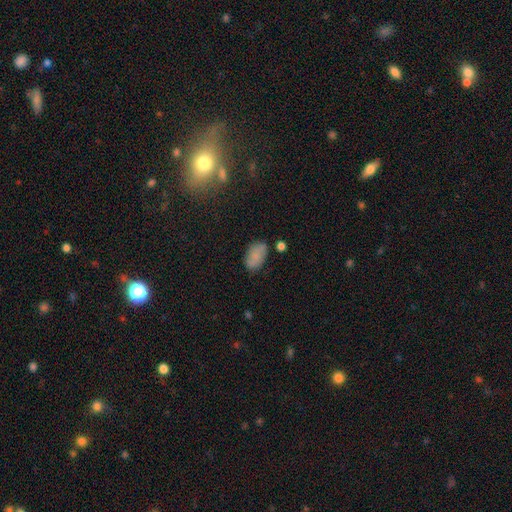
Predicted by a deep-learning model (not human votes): This appears to be a smooth galaxy with no disk features (81%) that is in between round and cigar-shaped (93%). Merging: none (74%).